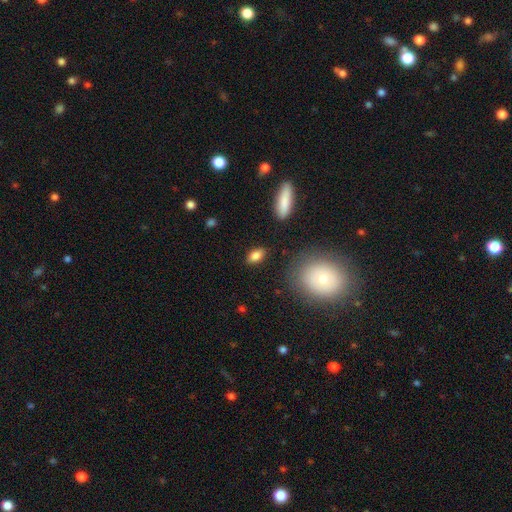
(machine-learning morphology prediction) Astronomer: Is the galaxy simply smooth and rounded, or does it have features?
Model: smooth — 83%.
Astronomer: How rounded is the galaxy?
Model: in between — 86%.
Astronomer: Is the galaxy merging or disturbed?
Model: none — 83%.